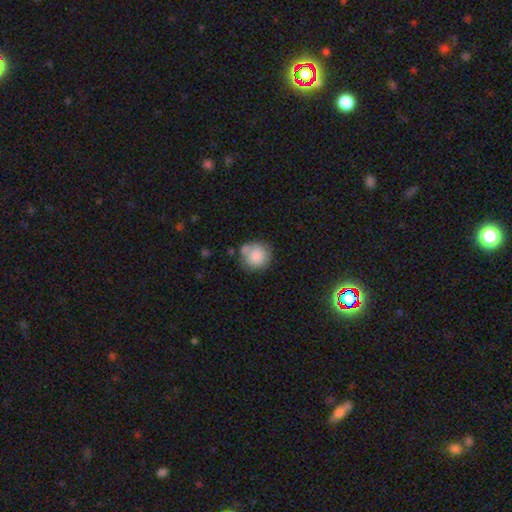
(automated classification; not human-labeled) Smooth or featured? smooth (81%)
How rounded? round (89%)
Merging? none (61%)